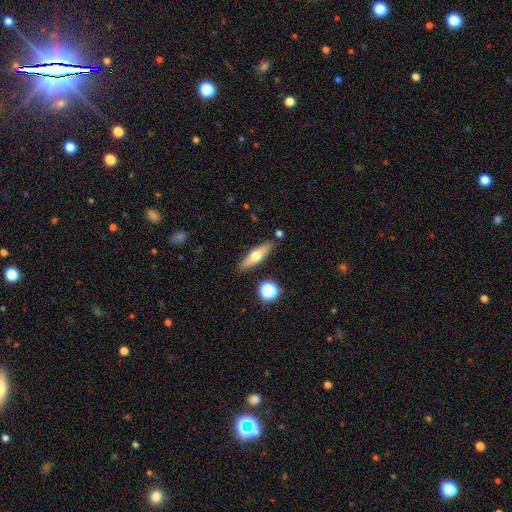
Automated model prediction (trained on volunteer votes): Q: Smooth or featured?
A: smooth (52%); runner-up: featured or disk (40%)
Q: How rounded?
A: cigar-shaped (61%); runner-up: in between (35%)
Q: Merging?
A: none (84%); runner-up: minor disturbance (10%)